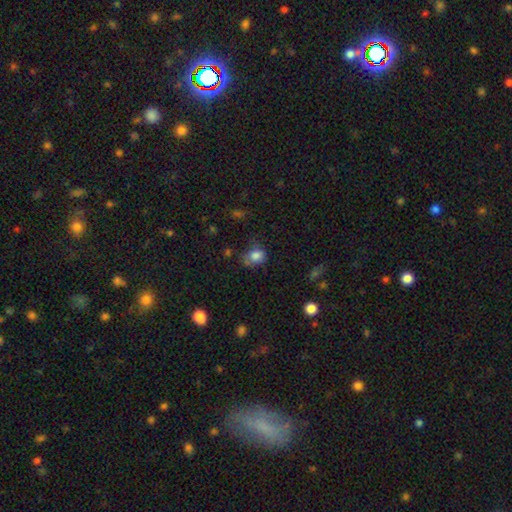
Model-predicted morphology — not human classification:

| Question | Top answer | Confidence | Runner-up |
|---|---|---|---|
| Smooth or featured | smooth | 80% | star or artifact (11%) |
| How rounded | round | 53% | in between (46%) |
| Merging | none | 50% | minor disturbance (31%) |